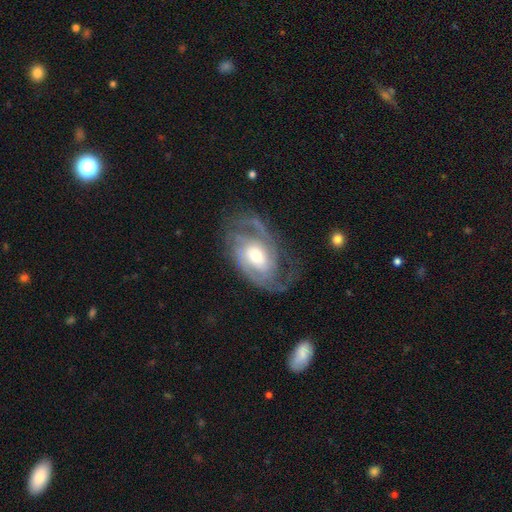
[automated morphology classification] featured or disk 89%, smooth 6%, star or artifact 4%. Down the decision tree: edge-on disk — no (97%); bar — no (51%); spiral arms — yes (97%); spiral arm count — 2 (62%); spiral winding — tight (46%); bulge size — moderate (66%); merging — none (69%).